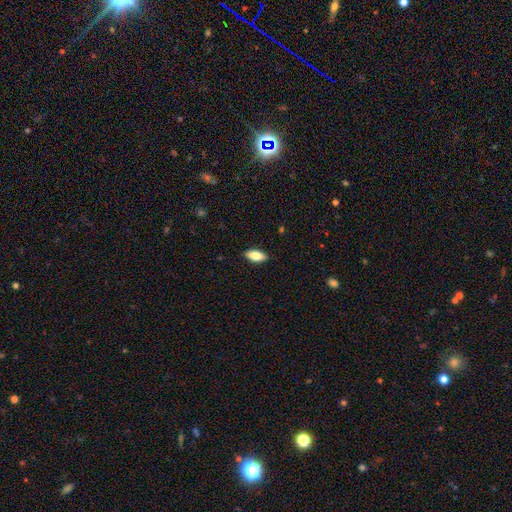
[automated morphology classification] Smooth or featured? Predicted: smooth (p=0.81). How rounded? Predicted: in between (p=0.86). Merging? Predicted: none (p=0.89).